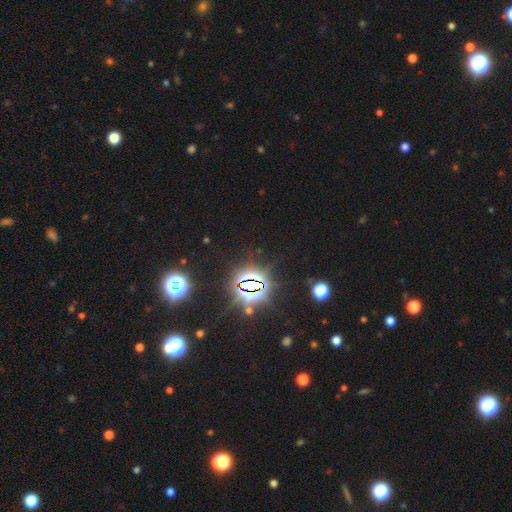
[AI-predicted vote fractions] Smooth or featured? Predicted: star or artifact (p=0.82).